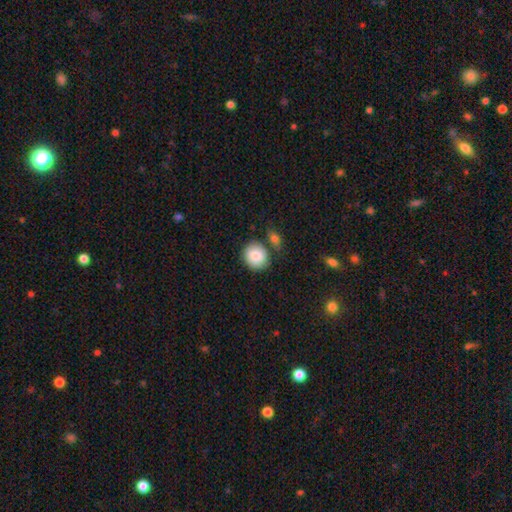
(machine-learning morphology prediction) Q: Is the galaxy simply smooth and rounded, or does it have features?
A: smooth — 86%.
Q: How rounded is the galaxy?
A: round — 84%.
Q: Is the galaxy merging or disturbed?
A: none — 69%.